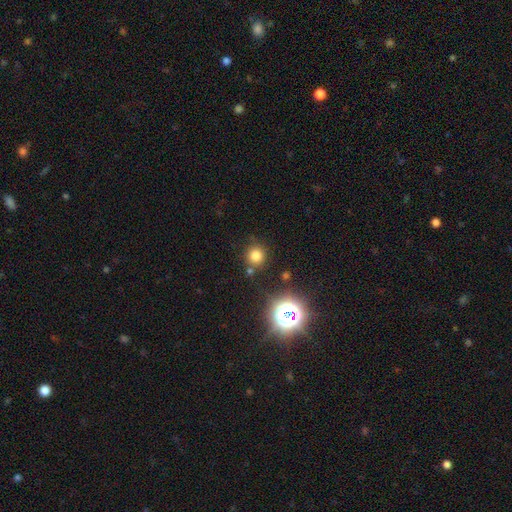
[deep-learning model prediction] Smooth or featured? smooth (74%)
How rounded? round (92%)
Merging? none (81%)